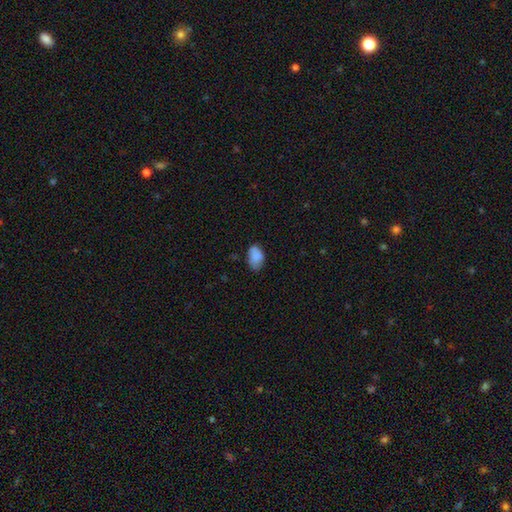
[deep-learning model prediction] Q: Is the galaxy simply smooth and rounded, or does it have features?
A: smooth — 83%.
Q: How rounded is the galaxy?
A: in between — 89%.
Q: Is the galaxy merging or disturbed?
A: none — 63%.